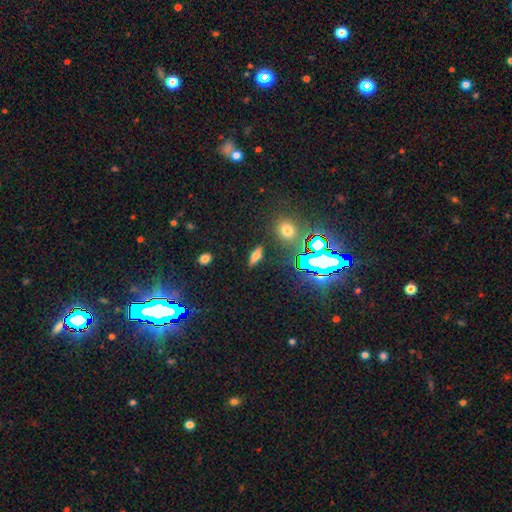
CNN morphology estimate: A smooth galaxy with no disk features (56%) that is in between round and cigar-shaped (54%).

Vote fractions:
- Smooth or featured? smooth: 56% / star or artifact: 24% / featured or disk: 20%
- How rounded? in between: 54% / cigar-shaped: 39% / round: 7%
- Merging? none: 85% / minor disturbance: 9% / major disturbance: 3% / merger: 2%